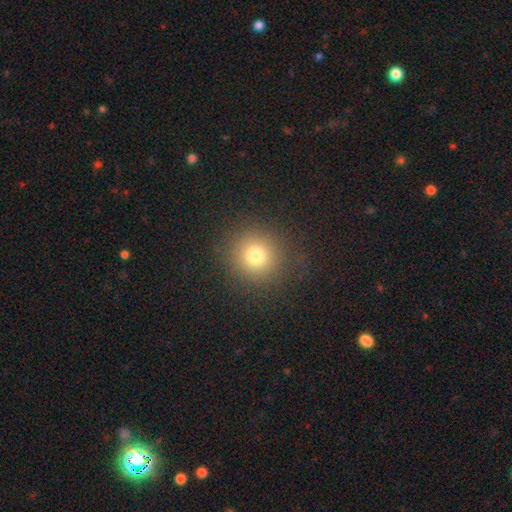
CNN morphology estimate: A smooth galaxy with no disk features (76%) that is round (92%). Merging: none (88%).